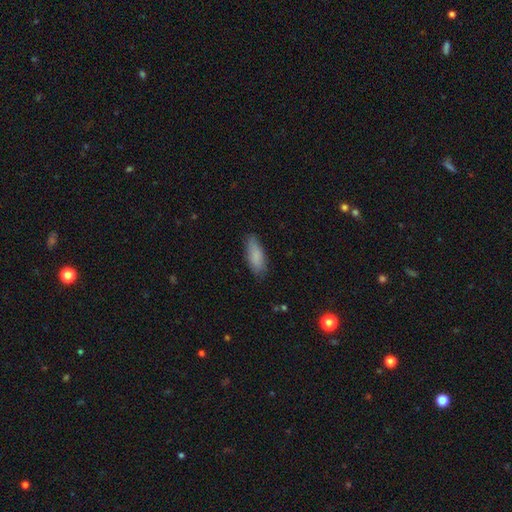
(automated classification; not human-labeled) Q: Smooth or featured?
A: smooth (84%); runner-up: featured or disk (9%)
Q: How rounded?
A: in between (66%); runner-up: cigar-shaped (32%)
Q: Merging?
A: none (79%); runner-up: minor disturbance (16%)